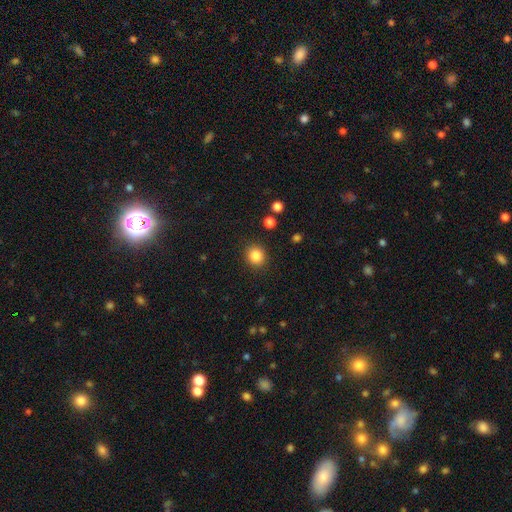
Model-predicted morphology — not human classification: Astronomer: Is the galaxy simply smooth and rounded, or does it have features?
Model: smooth — 85%.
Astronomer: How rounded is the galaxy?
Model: round — 83%.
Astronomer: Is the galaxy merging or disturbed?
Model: none — 90%.